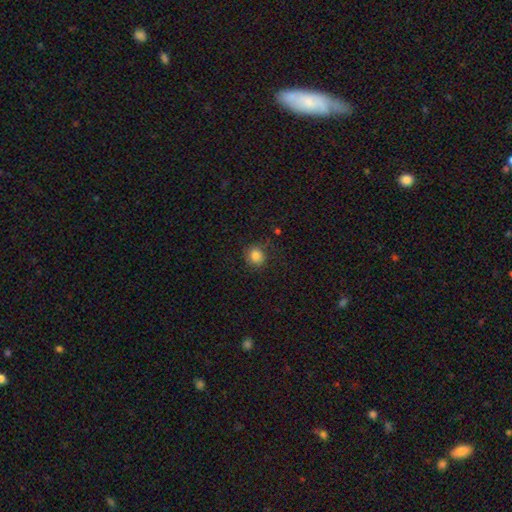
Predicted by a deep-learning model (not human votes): smooth 83%, star or artifact 11%, featured or disk 5%. Down the decision tree: how rounded — round (85%); merging — none (80%).